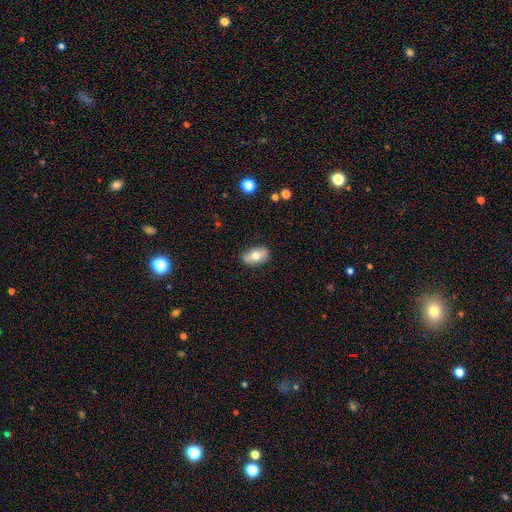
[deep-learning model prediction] This is likely a smooth galaxy (70%). How rounded: clearly in between (91%). Merging: clearly none (82%).